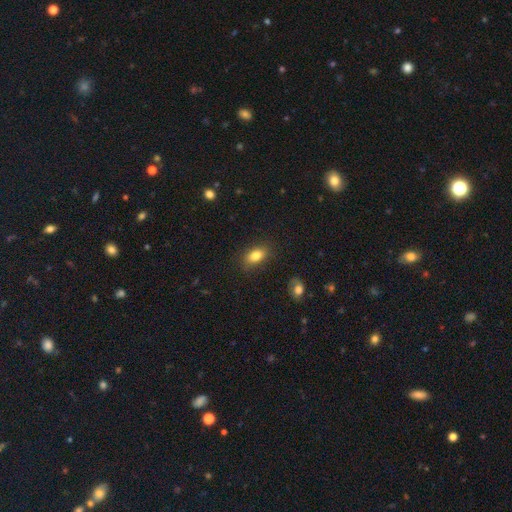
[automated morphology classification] Smooth or featured: smooth — 83% (featured or disk — 9%)
How rounded: in between — 86% (round — 10%)
Merging: none — 83% (minor disturbance — 12%)